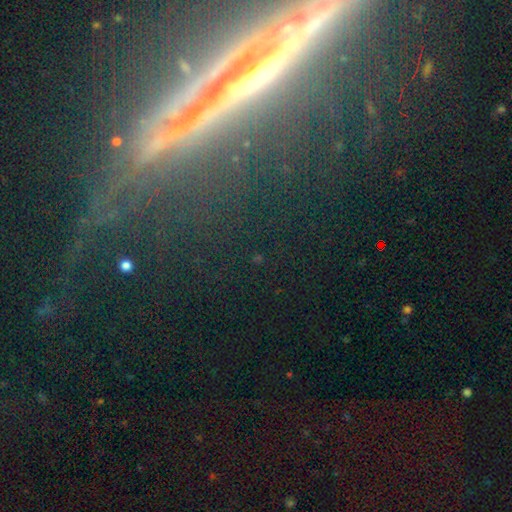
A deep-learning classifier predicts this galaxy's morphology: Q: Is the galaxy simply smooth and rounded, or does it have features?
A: star or artifact — 45%.